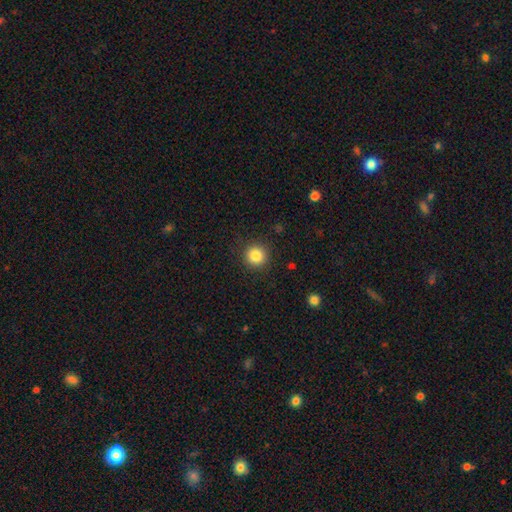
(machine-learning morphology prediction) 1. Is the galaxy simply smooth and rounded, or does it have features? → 85% smooth, 10% star or artifact, 5% featured or disk.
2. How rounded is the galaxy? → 94% round, 5% in between, 1% cigar-shaped.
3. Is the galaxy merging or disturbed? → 90% none, 6% minor disturbance, 2% major disturbance, 1% merger.